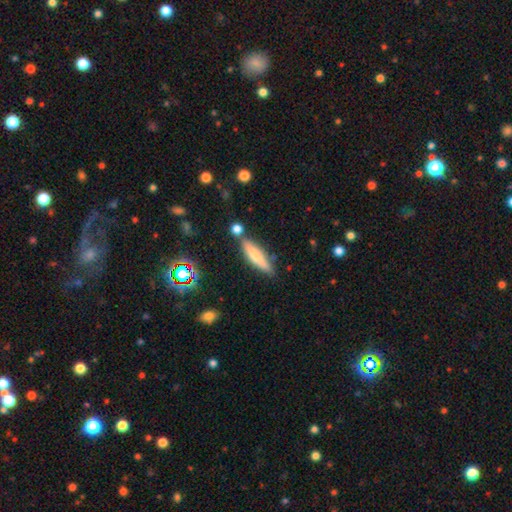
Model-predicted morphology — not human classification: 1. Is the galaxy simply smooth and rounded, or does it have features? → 59% smooth, 33% featured or disk, 8% star or artifact.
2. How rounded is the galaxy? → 76% cigar-shaped, 22% in between, 2% round.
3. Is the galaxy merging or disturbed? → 73% none, 13% minor disturbance, 10% merger, 3% major disturbance.